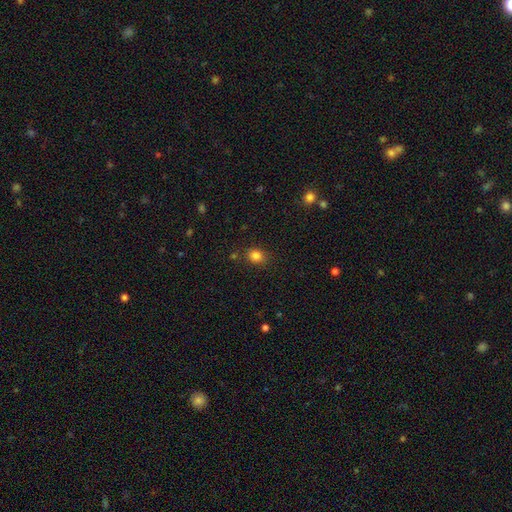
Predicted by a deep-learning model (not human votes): This appears to be a smooth galaxy with no disk features (83%) that is round (66%). Merging: none (82%).